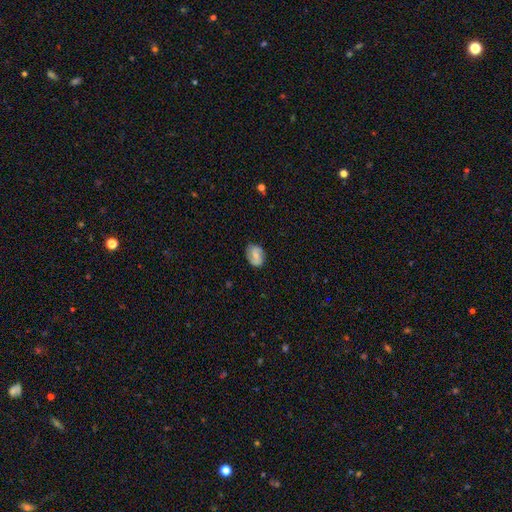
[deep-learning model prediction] Smooth or featured?
  - featured or disk: 53% *
  - smooth: 39%
  - star or artifact: 8%
Edge-on disk?
  - no: 97% *
  - yes: 3%
Bar?
  - weak: 47% *
  - no: 32%
  - strong: 20%
Spiral arms?
  - yes: 86% *
  - no: 14%
Bulge size?
  - small: 46% *
  - moderate: 29%
  - none: 21%
  - large: 3%
  - dominant: 1%
Merging?
  - none: 78% *
  - minor disturbance: 16%
  - major disturbance: 4%
  - merger: 1%